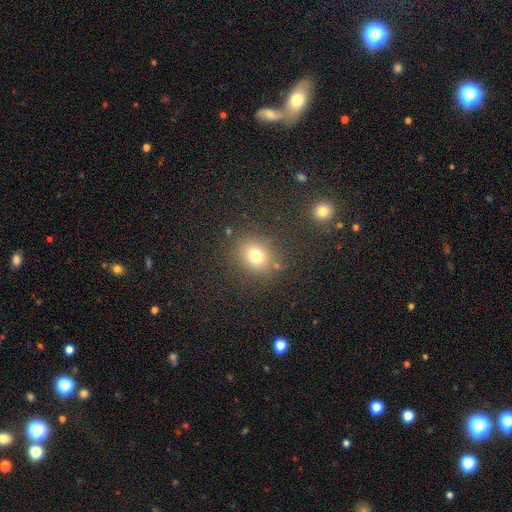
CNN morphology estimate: Q: Smooth or featured?
A: smooth (74%); runner-up: star or artifact (17%)
Q: How rounded?
A: round (73%); runner-up: in between (26%)
Q: Merging?
A: none (82%); runner-up: minor disturbance (10%)